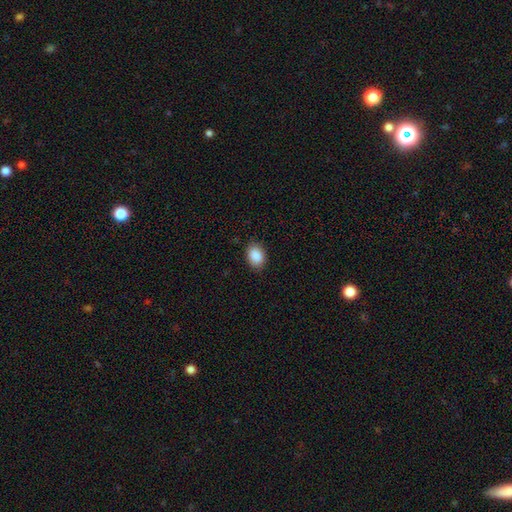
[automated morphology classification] Smooth or featured? Predicted: smooth (p=0.89). How rounded? Predicted: in between (p=0.79). Merging? Predicted: none (p=0.86).